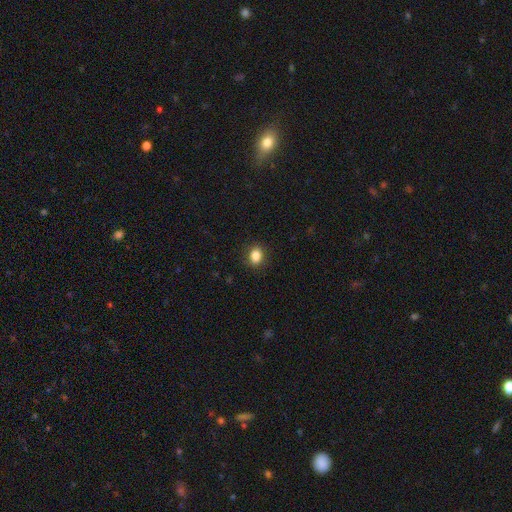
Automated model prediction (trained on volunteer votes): A smooth galaxy with no disk features (86%) that is in between round and cigar-shaped (59%). Merging: none (87%).